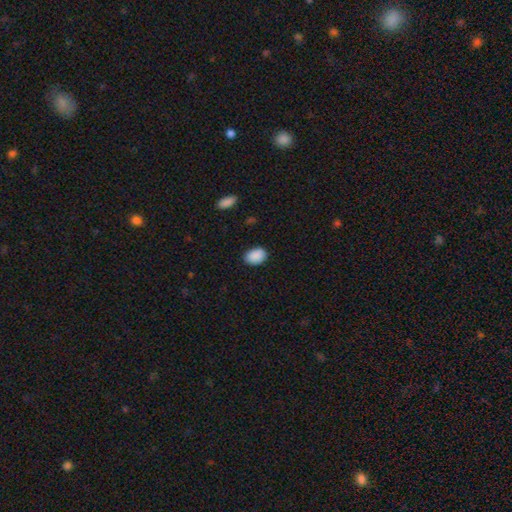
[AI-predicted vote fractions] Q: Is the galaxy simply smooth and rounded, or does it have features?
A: smooth — 90%.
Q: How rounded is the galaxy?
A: in between — 83%.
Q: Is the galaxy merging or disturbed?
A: none — 85%.